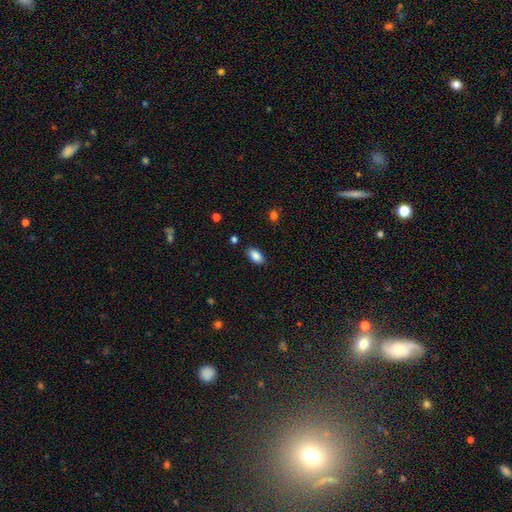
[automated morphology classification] Smooth or featured? Predicted: smooth (p=0.88). How rounded? Predicted: in between (p=0.93). Merging? Predicted: none (p=0.87).